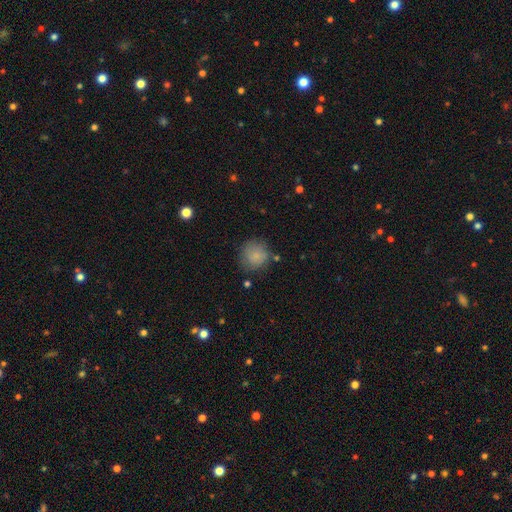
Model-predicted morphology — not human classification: smooth-or-featured: smooth: 81% | featured or disk: 10% | star or artifact: 9%
  how-rounded: round: 87% | in between: 12% | cigar-shaped: 1%
  merging: none: 68% | minor disturbance: 21% | major disturbance: 7% | merger: 4%